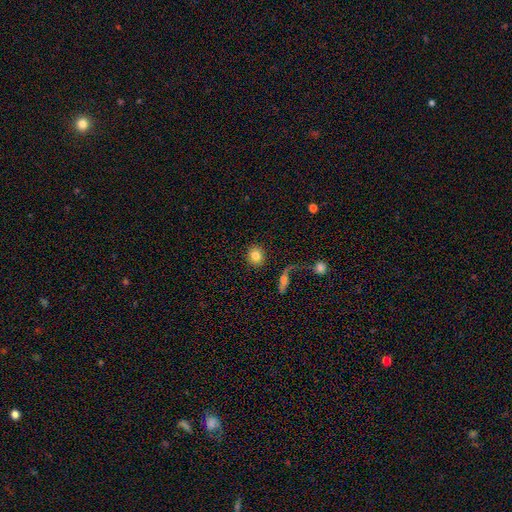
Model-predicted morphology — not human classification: smooth 83%, star or artifact 9%, featured or disk 9%. Down the decision tree: how rounded — round (84%); merging — none (87%).